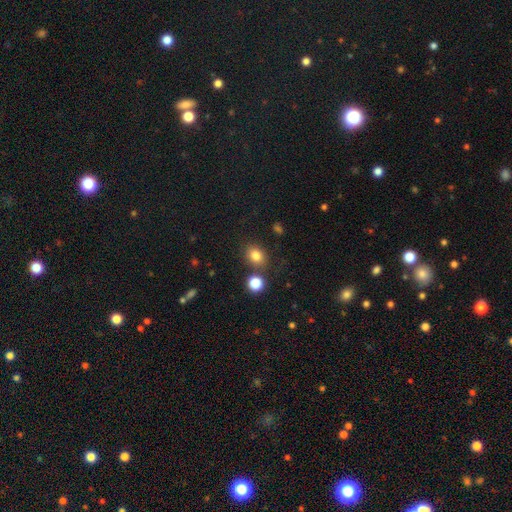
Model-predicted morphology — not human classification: A smooth galaxy with no disk features (80%) that is round (54%).

Vote fractions:
- Smooth or featured? smooth: 80% / star or artifact: 13% / featured or disk: 6%
- How rounded? round: 54% / in between: 45% / cigar-shaped: 1%
- Merging? none: 76% / minor disturbance: 11% / merger: 10% / major disturbance: 4%